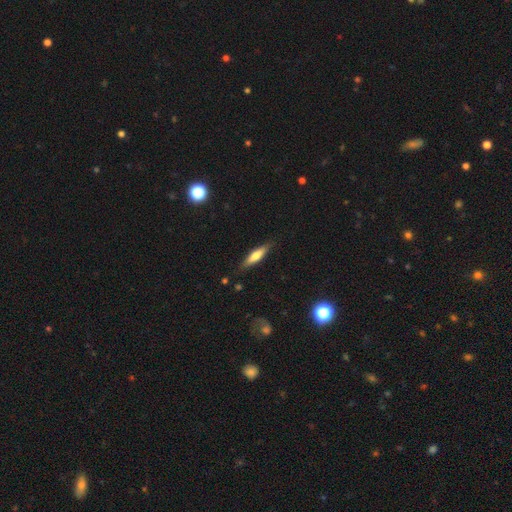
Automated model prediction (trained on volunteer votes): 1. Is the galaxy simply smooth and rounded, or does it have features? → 55% smooth, 38% featured or disk, 6% star or artifact.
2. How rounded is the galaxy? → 73% cigar-shaped, 25% in between, 2% round.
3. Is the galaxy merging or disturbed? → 85% none, 11% minor disturbance, 2% major disturbance, 1% merger.